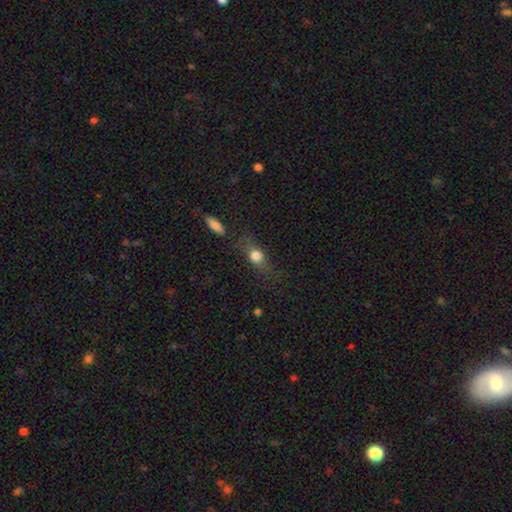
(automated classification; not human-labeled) This is likely a smooth galaxy (71%). How rounded: possibly in between (54%). Merging: likely none (65%).